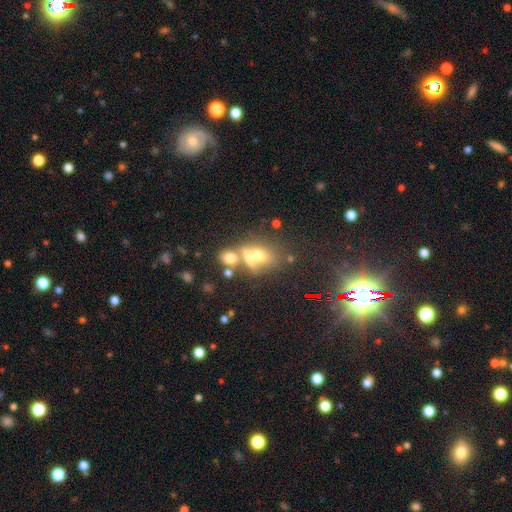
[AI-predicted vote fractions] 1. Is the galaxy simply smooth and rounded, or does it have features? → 49% smooth, 26% star or artifact, 25% featured or disk.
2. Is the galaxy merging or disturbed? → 52% merger, 32% none, 9% minor disturbance, 7% major disturbance.